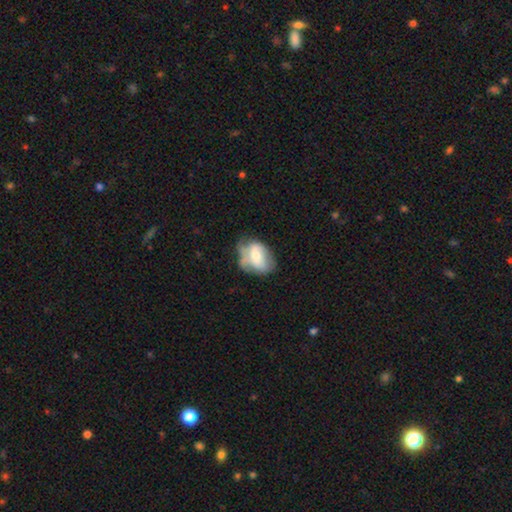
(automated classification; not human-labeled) Smooth or featured? Predicted: smooth (p=0.52). How rounded? Predicted: in between (p=0.73). Merging? Predicted: none (p=0.37).